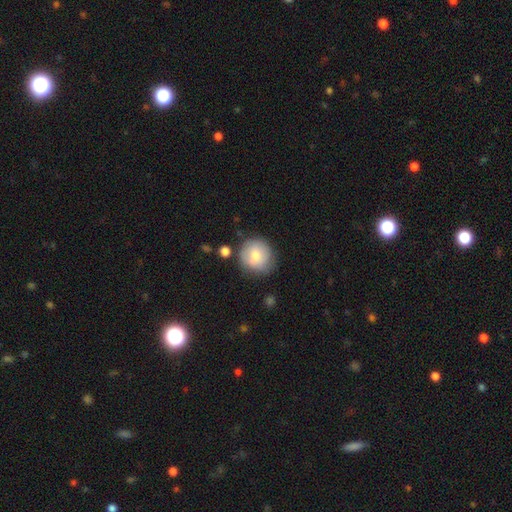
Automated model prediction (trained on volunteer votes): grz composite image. It shows a smooth galaxy with no disk features (74%) that is round (90%). Merging: none (71%).